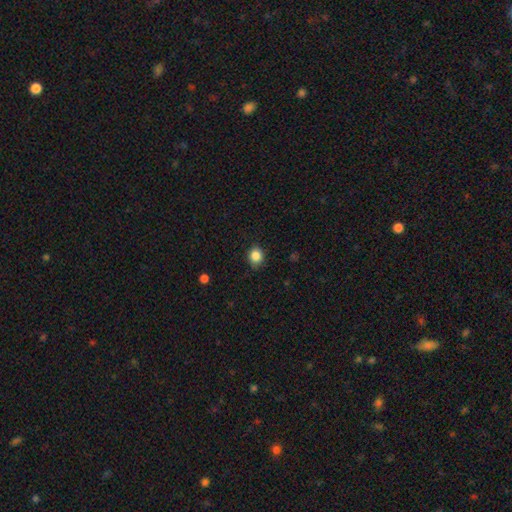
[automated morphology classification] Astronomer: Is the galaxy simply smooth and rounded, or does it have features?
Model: smooth — 86%.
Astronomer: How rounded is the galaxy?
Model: round — 78%.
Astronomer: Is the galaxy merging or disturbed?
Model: none — 85%.